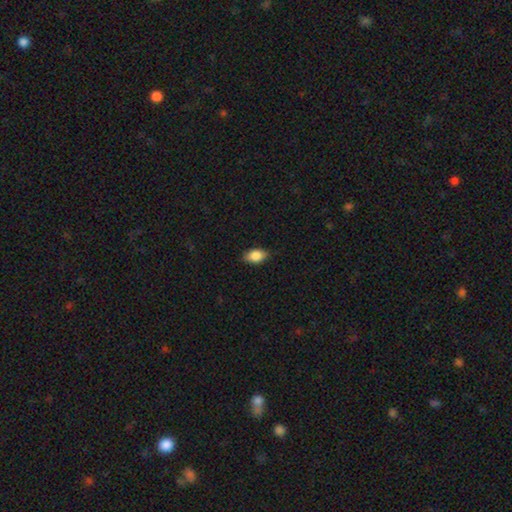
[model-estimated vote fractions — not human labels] The model was most divided on "merging": none: 84%, minor disturbance: 13%, major disturbance: 2%, merger: 1%. More confident: how rounded — in between (89%); smooth or featured — smooth (84%).